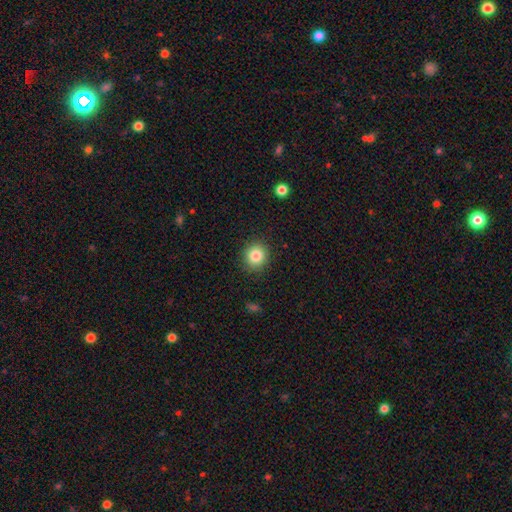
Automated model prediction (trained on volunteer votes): This appears to be a smooth galaxy with no disk features (84%) that is round (88%). Merging: none (89%).